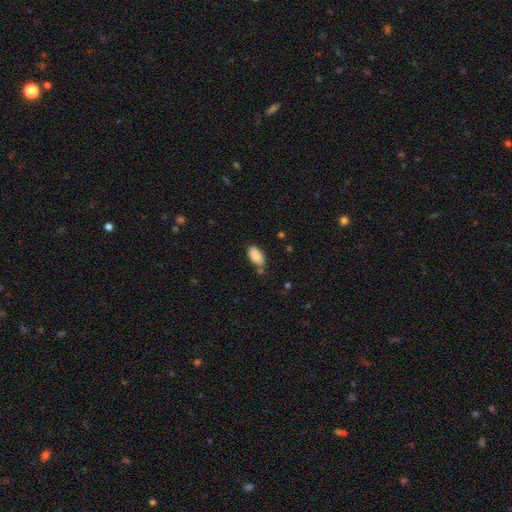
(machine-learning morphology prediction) type=smooth (87%); roundness=in between (94%); merging=none (68%).